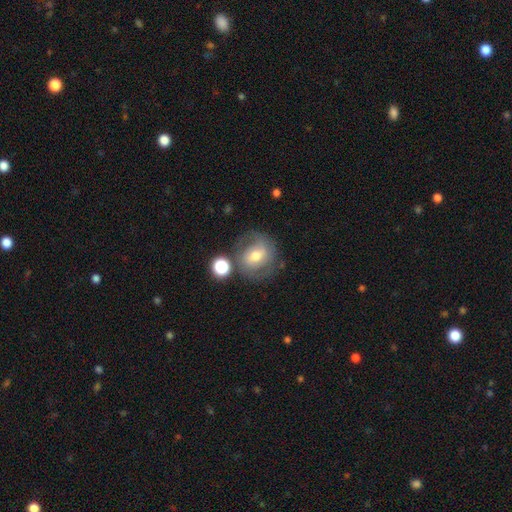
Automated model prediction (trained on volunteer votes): Overall: featured or disk (51%; smooth 39%). Edge-on disk: no (96%). Merging: none (66%).